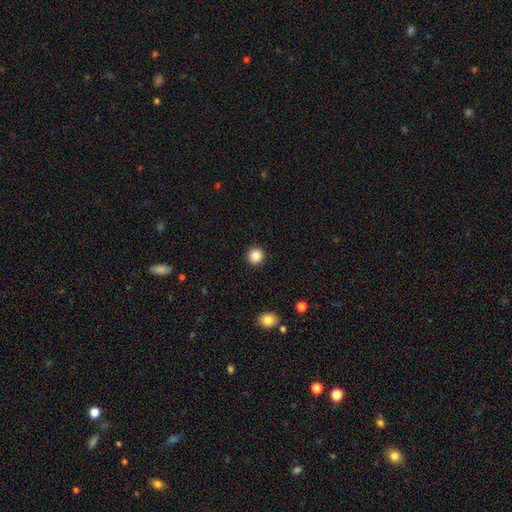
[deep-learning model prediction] Q: Smooth or featured?
A: smooth (86%); runner-up: star or artifact (10%)
Q: How rounded?
A: round (94%); runner-up: in between (5%)
Q: Merging?
A: none (93%); runner-up: minor disturbance (4%)